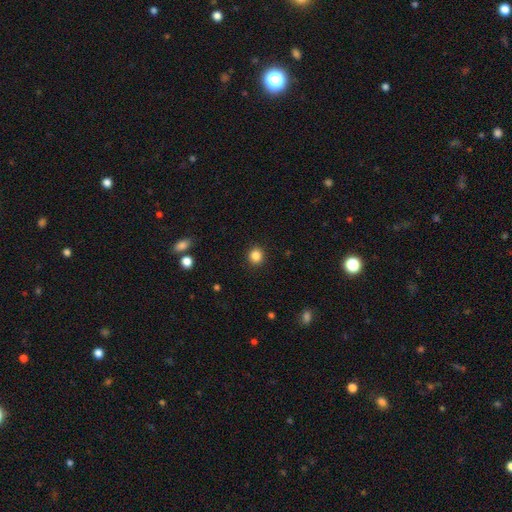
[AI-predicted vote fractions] Smooth or featured? smooth (86%)
How rounded? round (89%)
Merging? none (92%)